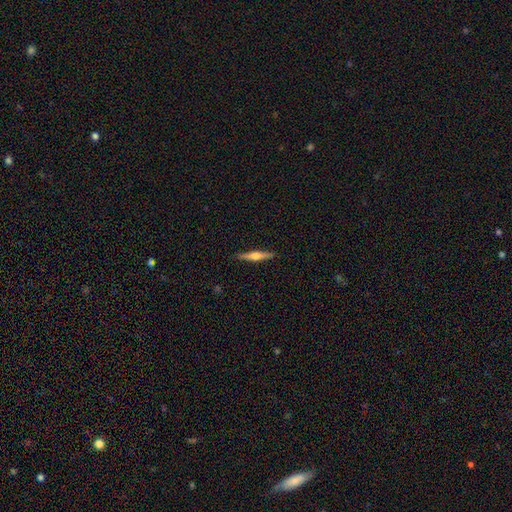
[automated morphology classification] This is likely a featured or disk galaxy (63%). It is clearly viewed edge-on (98%). Edge-on bulge: clearly rounded (92%). Merging: clearly none (91%).